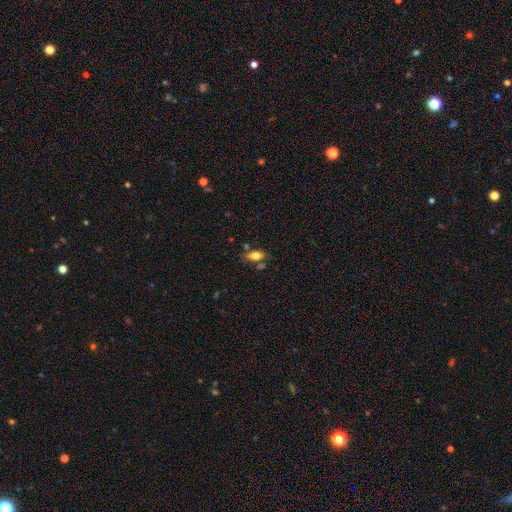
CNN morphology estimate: This appears to be a smooth galaxy with no disk features (74%) that is in between round and cigar-shaped (86%). Merging: none (66%).